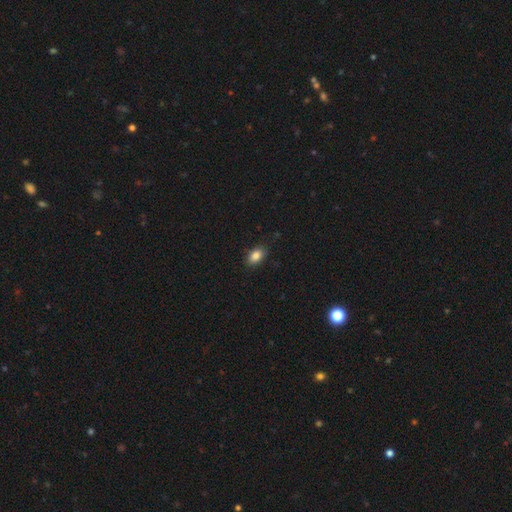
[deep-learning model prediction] Q: Smooth or featured?
A: smooth (86%); runner-up: star or artifact (9%)
Q: How rounded?
A: in between (88%); runner-up: round (10%)
Q: Merging?
A: none (86%); runner-up: minor disturbance (11%)